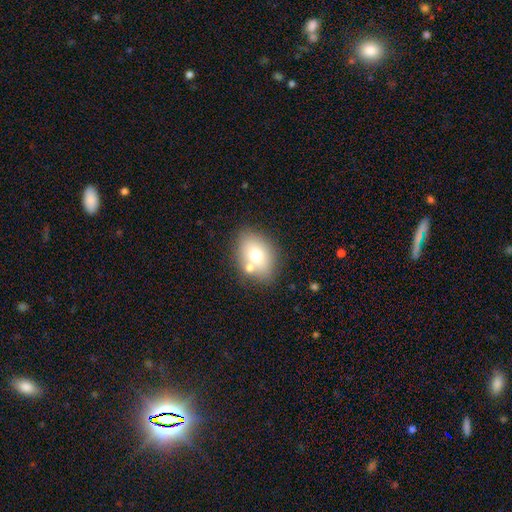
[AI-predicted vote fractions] Smooth or featured? Predicted: smooth (p=0.70). How rounded? Predicted: in between (p=0.78). Merging? Predicted: none (p=0.69).